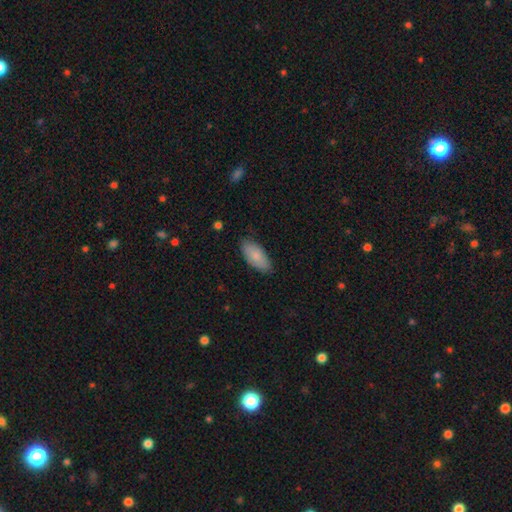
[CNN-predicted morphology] type=smooth (82%); roundness=in between (91%); merging=none (82%).